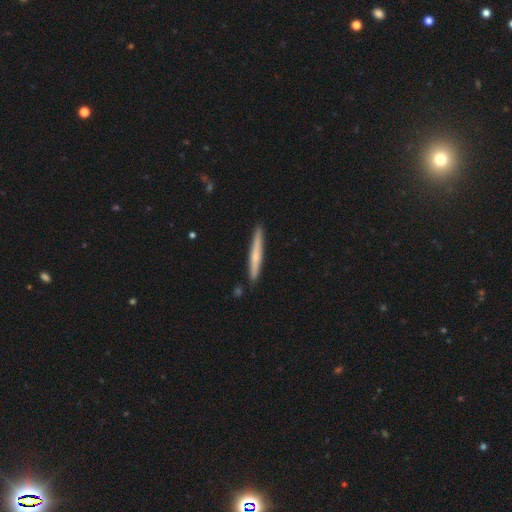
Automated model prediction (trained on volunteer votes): This is possibly a smooth galaxy (53%). How rounded: clearly cigar-shaped (96%). Merging: clearly none (89%).